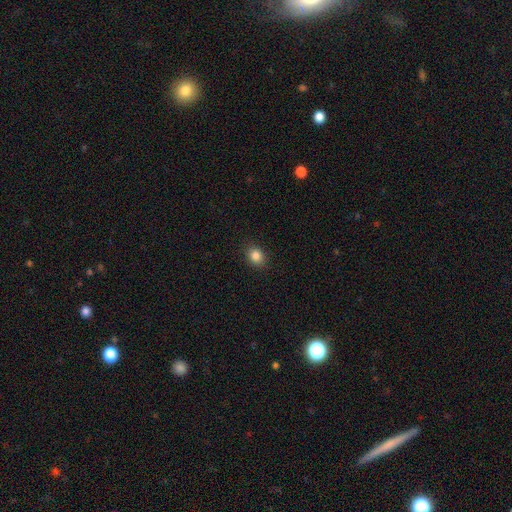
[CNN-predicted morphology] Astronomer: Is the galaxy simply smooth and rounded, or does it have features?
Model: smooth — 85%.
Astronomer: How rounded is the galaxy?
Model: round — 50% (runner-up: in between, 49%).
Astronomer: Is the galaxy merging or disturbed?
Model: none — 89%.